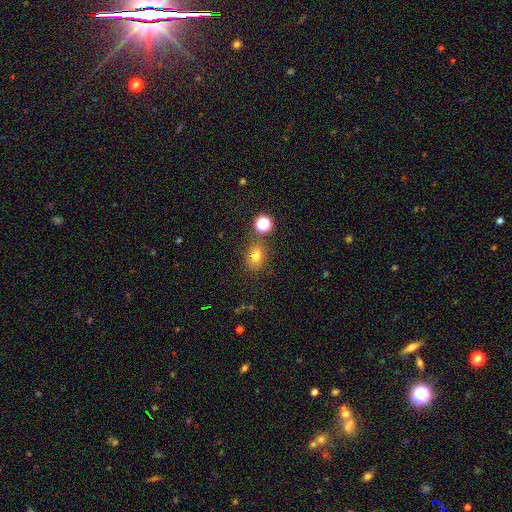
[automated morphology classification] Q: Smooth or featured?
A: smooth (70%); runner-up: star or artifact (21%)
Q: How rounded?
A: round (52%); runner-up: in between (46%)
Q: Merging?
A: none (76%); runner-up: minor disturbance (12%)